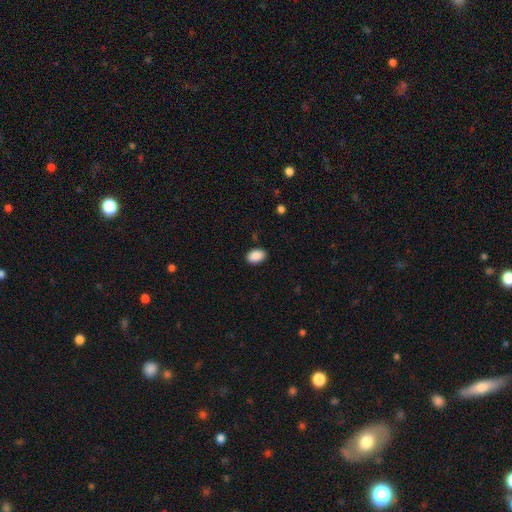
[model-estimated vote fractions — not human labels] smooth-or-featured: smooth: 90% | star or artifact: 7% | featured or disk: 3%
  how-rounded: in between: 85% | round: 14% | cigar-shaped: 1%
  merging: none: 88% | minor disturbance: 9% | major disturbance: 2% | merger: 1%